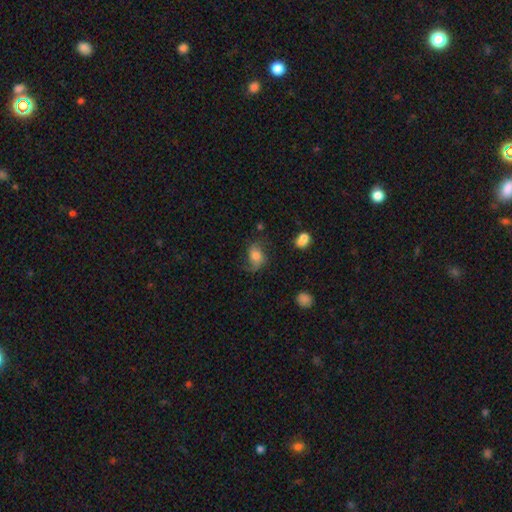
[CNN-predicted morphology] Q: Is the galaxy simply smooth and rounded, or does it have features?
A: smooth — 46%.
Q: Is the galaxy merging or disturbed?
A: none — 53%.